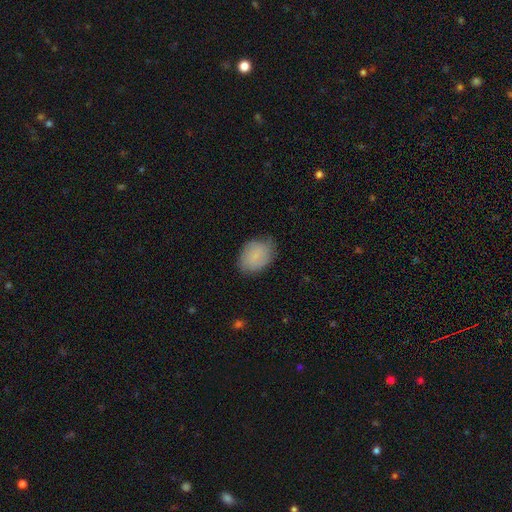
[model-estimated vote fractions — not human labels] The model was most divided on "merging": none: 71%, minor disturbance: 23%, major disturbance: 5%, merger: 1%. More confident: smooth or featured — smooth (81%); how rounded — in between (75%).